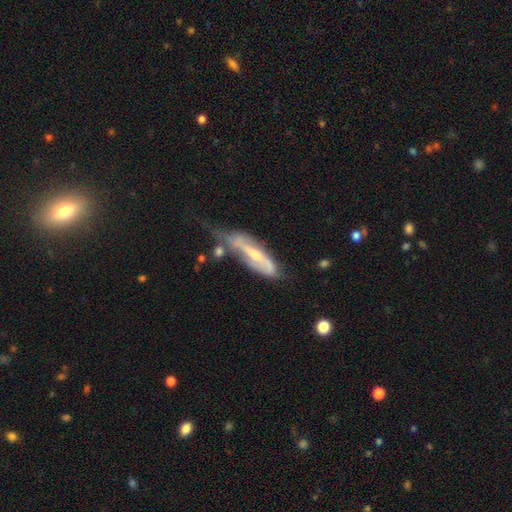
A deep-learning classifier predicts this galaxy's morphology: featured or disk 71%, smooth 23%, star or artifact 6%. Down the decision tree: edge-on disk — no (69%); merging — none (34%).